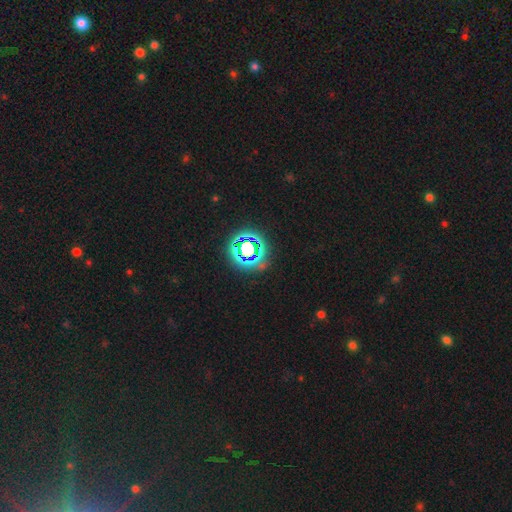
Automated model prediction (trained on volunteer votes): Morphology: type=star or artifact (78%).